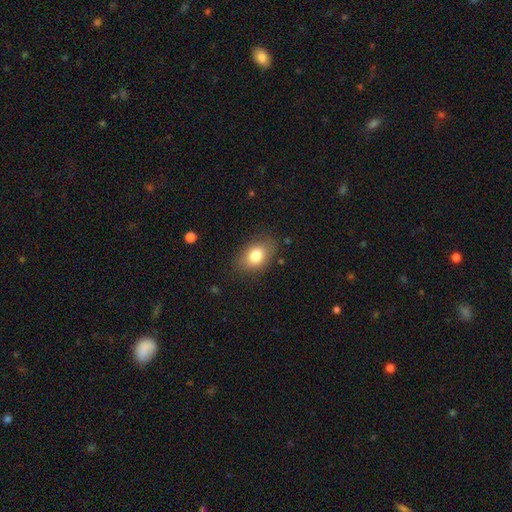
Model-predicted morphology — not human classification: smooth_or_featured: smooth (p=0.80) [alt: featured or disk p=0.11]
how_rounded: in between (p=0.81) [alt: round p=0.18]
merging: none (p=0.81) [alt: minor disturbance p=0.14]